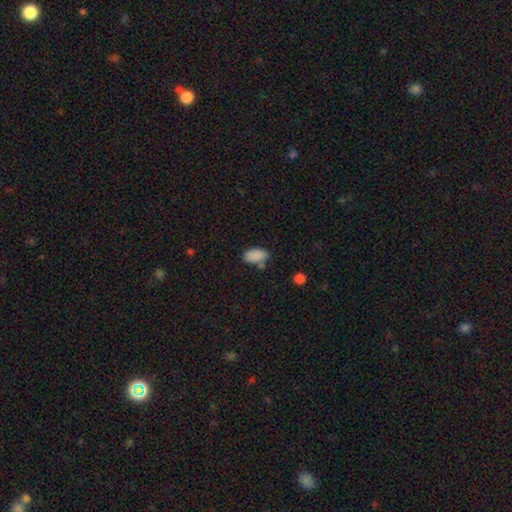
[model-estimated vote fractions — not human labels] Smooth or featured? Predicted: smooth (p=0.88). How rounded? Predicted: in between (p=0.93). Merging? Predicted: none (p=0.71).